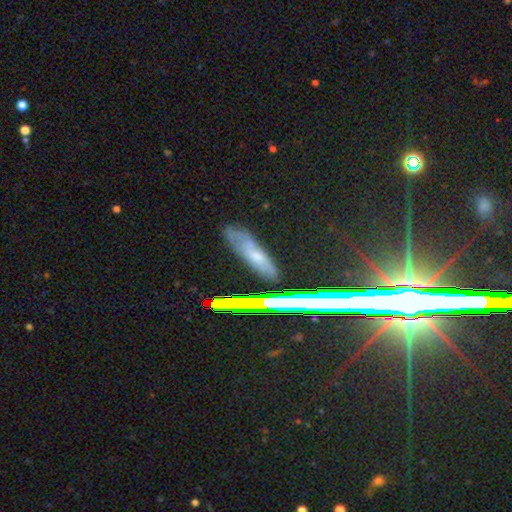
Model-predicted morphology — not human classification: Overall: featured or disk (38%; smooth 35%). Merging: none (73%).